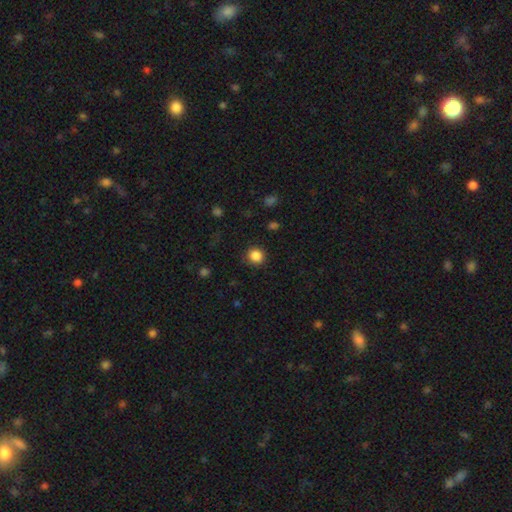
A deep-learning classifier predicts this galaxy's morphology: smooth-or-featured: smooth: 86% | star or artifact: 11% | featured or disk: 3%
  how-rounded: round: 90% | in between: 9% | cigar-shaped: 1%
  merging: none: 88% | minor disturbance: 8% | major disturbance: 3% | merger: 1%